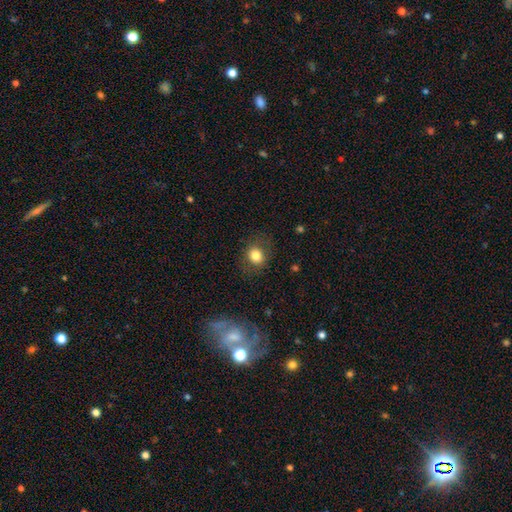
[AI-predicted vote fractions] Overall: smooth (81%). How rounded: round (69%; in between 30%). Merging: none (81%).